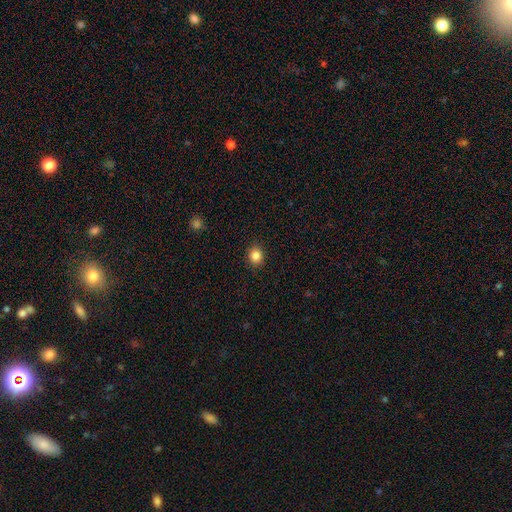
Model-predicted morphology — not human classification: smooth-or-featured: smooth: 85% | star or artifact: 10% | featured or disk: 4%
  how-rounded: round: 74% | in between: 25% | cigar-shaped: 1%
  merging: none: 90% | minor disturbance: 7% | major disturbance: 2% | merger: 1%